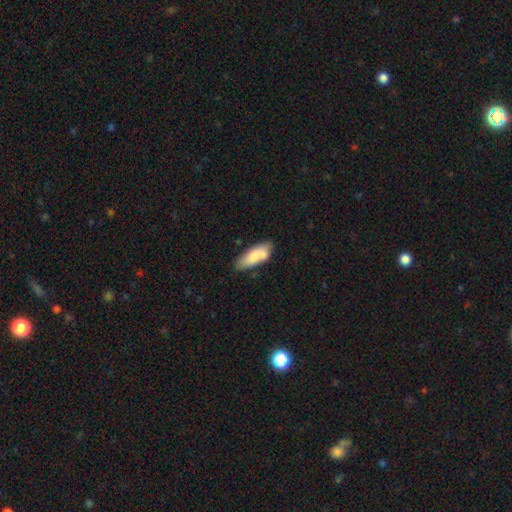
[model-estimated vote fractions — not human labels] The model was most divided on "merging": none: 60%, minor disturbance: 20%, merger: 15%, major disturbance: 5%. More confident: smooth or featured — smooth (74%); how rounded — in between (72%).